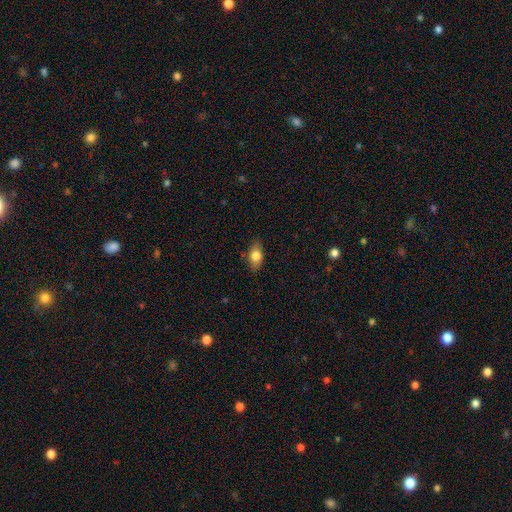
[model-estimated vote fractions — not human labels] A smooth galaxy with no disk features (76%) that is in between round and cigar-shaped (86%).

Vote fractions:
- Smooth or featured? smooth: 76% / featured or disk: 17% / star or artifact: 7%
- How rounded? in between: 86% / cigar-shaped: 7% / round: 7%
- Merging? none: 83% / minor disturbance: 13% / major disturbance: 3% / merger: 1%